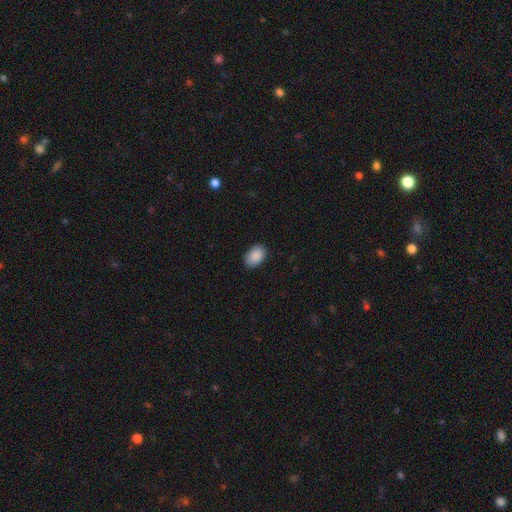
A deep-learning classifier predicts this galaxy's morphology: Smooth or featured? Predicted: smooth (p=0.90). How rounded? Predicted: in between (p=0.87). Merging? Predicted: none (p=0.87).